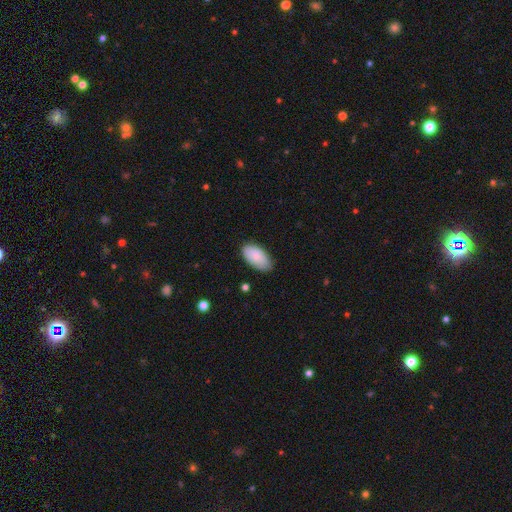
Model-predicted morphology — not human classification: Smooth or featured? Predicted: smooth (p=0.87). How rounded? Predicted: in between (p=0.95). Merging? Predicted: none (p=0.79).